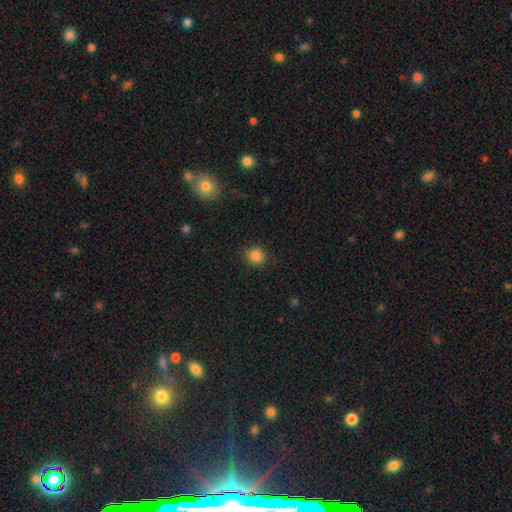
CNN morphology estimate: smooth-or-featured: smooth: 85% | star or artifact: 11% | featured or disk: 4%
  how-rounded: round: 88% | in between: 11% | cigar-shaped: 1%
  merging: none: 89% | minor disturbance: 7% | major disturbance: 2% | merger: 1%